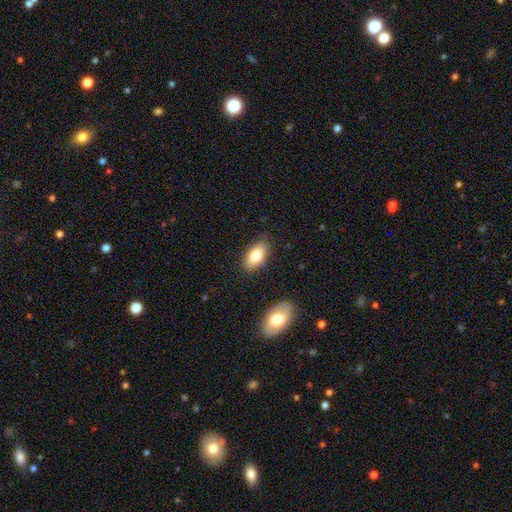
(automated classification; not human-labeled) This is likely a smooth galaxy (80%). How rounded: clearly in between (92%). Merging: clearly none (85%).